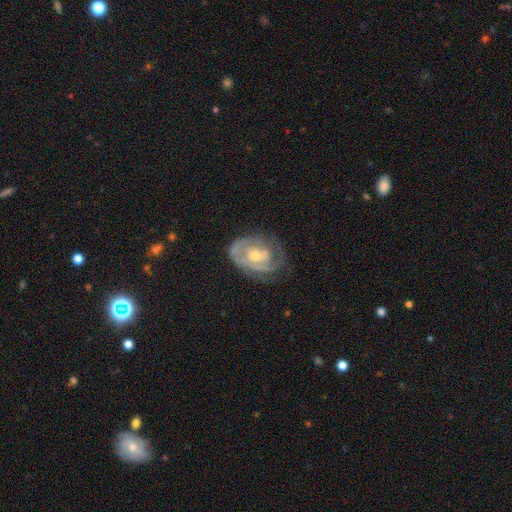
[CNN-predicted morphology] Smooth or featured?
  - featured or disk: 81% *
  - smooth: 13%
  - star or artifact: 6%
Edge-on disk?
  - no: 97% *
  - yes: 3%
Bar?
  - no: 61% *
  - weak: 32%
  - strong: 7%
Spiral arms?
  - yes: 89% *
  - no: 11%
Spiral winding?
  - tight: 65% *
  - medium: 27%
  - loose: 8%
Spiral arm count?
  - 2: 38% *
  - can't tell: 31%
  - 3: 14%
  - 1: 11%
  - 4: 4%
  - more than 4: 3%
Bulge size?
  - small: 52% *
  - moderate: 43%
  - large: 2%
  - none: 2%
  - dominant: 1%
Merging?
  - none: 63% *
  - minor disturbance: 23%
  - major disturbance: 12%
  - merger: 2%